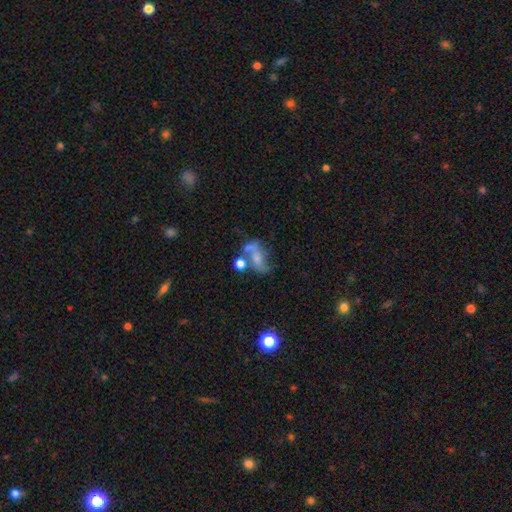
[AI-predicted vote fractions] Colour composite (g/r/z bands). It shows a featured or disk galaxy (54%) with no bar (63%), spiral arms (70%) and a small central bulge (32%). Merging: none (31%).